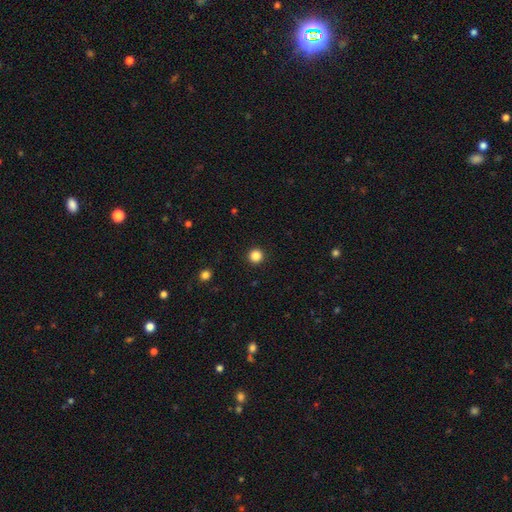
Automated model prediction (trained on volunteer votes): Smooth or featured?
  - smooth: 85% *
  - star or artifact: 12%
  - featured or disk: 3%
How rounded?
  - round: 96% *
  - in between: 3%
  - cigar-shaped: 1%
Merging?
  - none: 93% *
  - minor disturbance: 4%
  - major disturbance: 2%
  - merger: 1%